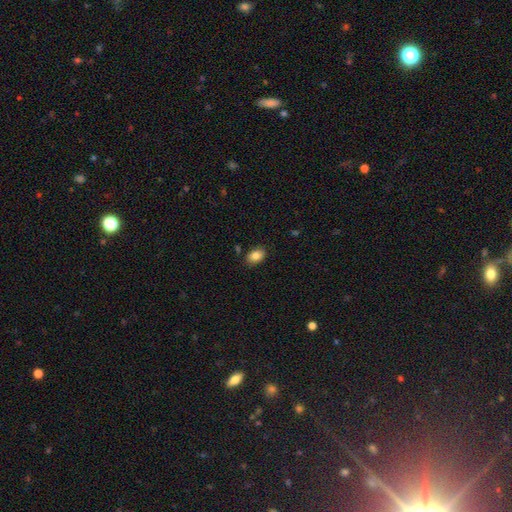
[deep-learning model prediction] Q: Smooth or featured?
A: smooth (86%); runner-up: star or artifact (8%)
Q: How rounded?
A: in between (80%); runner-up: round (19%)
Q: Merging?
A: none (84%); runner-up: minor disturbance (12%)